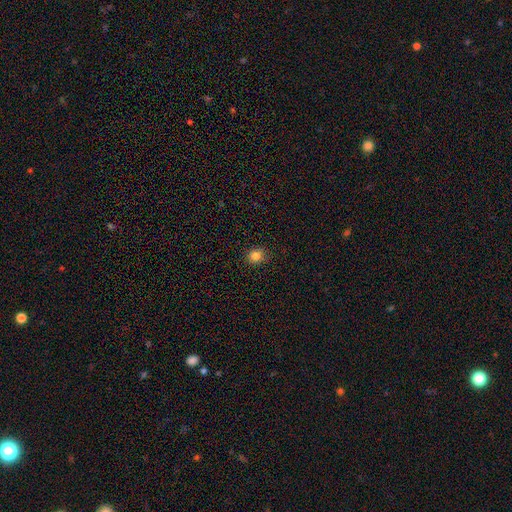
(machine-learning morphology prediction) Smooth or featured: smooth — 83% (star or artifact — 12%)
How rounded: round — 76% (in between — 23%)
Merging: none — 90% (minor disturbance — 7%)